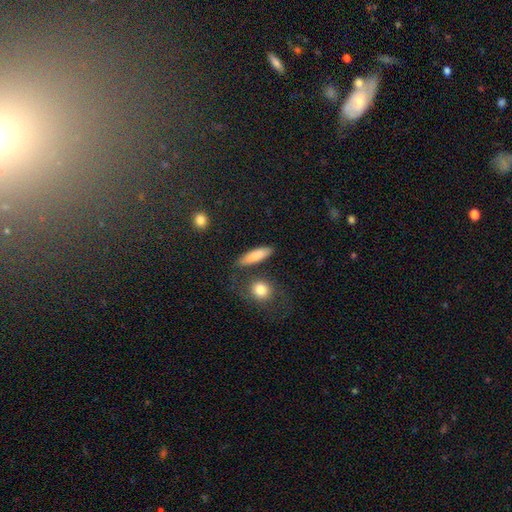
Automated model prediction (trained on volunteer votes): Overall: smooth (81%). How rounded: cigar-shaped (55%; in between 40%). Merging: none (74%).